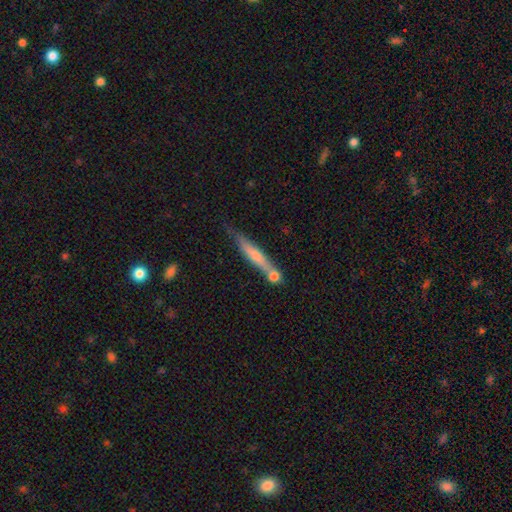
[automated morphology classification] Overall: smooth (51%; featured or disk 43%). How rounded: cigar-shaped (92%). Merging: none (59%).